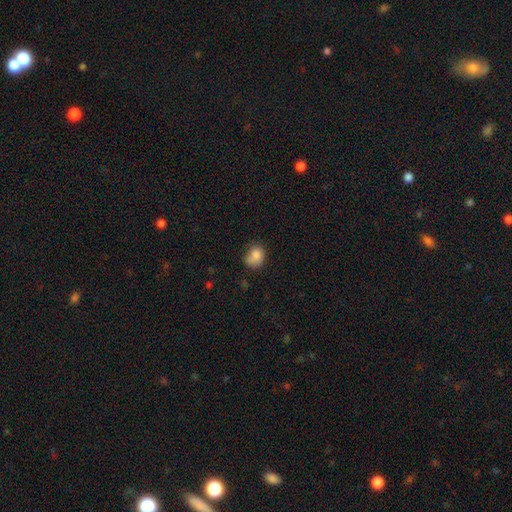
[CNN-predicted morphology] The model was most divided on "how rounded": in between: 50%, round: 49%, cigar-shaped: 1%. Remaining: smooth or featured — smooth (82%); merging — none (46%).